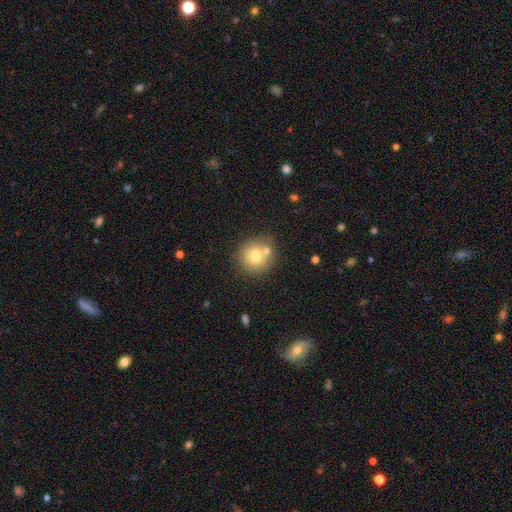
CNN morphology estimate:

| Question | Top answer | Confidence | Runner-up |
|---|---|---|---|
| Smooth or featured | smooth | 72% | featured or disk (15%) |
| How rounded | round | 91% | in between (8%) |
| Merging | none | 68% | merger (19%) |